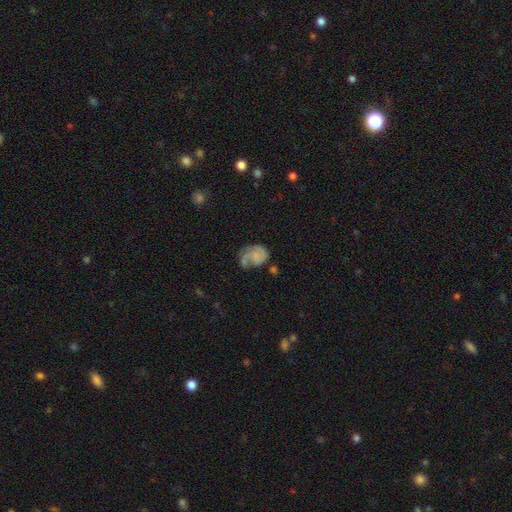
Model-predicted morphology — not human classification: The model was most divided on "spiral arm count": 2: 38%, 1: 30%, can't tell: 14%, 3: 13%, 4: 3%, more than 4: 2%. Remaining: edge-on disk — no (98%); spiral arms — yes (86%); bar — no (71%); smooth or featured — featured or disk (64%); bulge size — none (53%); spiral winding — medium (42%); merging — none (40%).